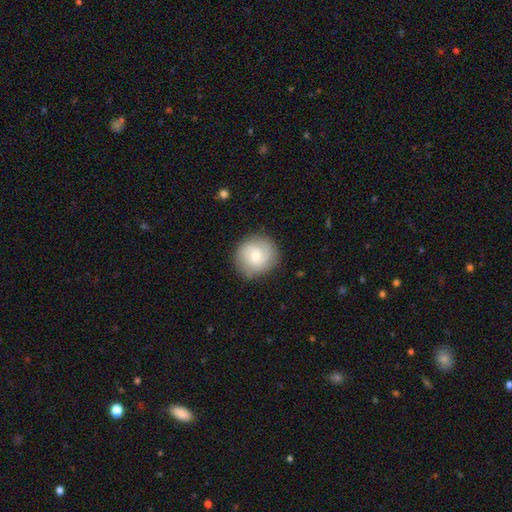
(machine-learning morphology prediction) Smooth or featured? Predicted: smooth (p=0.55). How rounded? Predicted: round (p=0.91). Merging? Predicted: none (p=0.83).